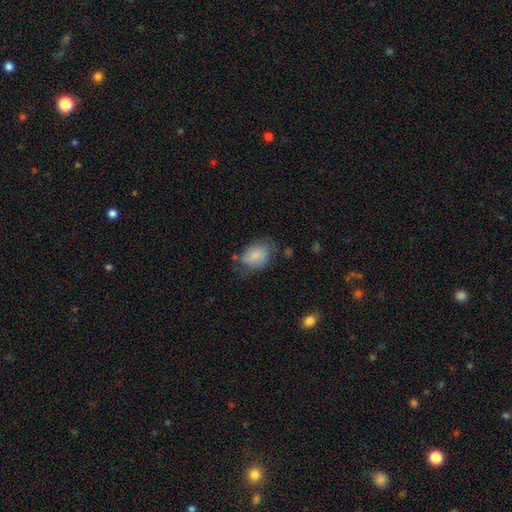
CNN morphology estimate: Overall: smooth (78%). How rounded: in between (77%). Merging: none (54%; minor disturbance 30%).